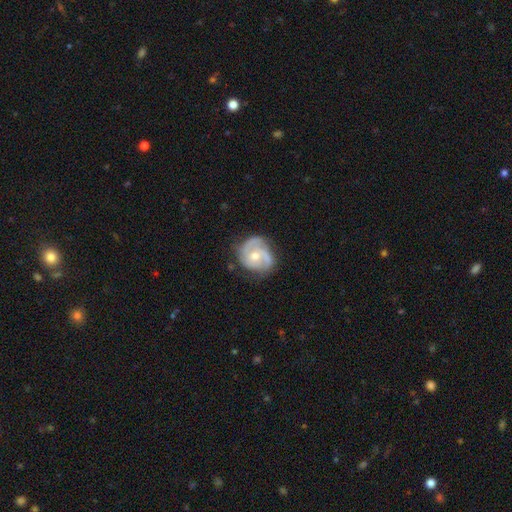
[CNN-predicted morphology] featured or disk 75%, smooth 19%, star or artifact 6%. Down the decision tree: edge-on disk — no (98%); bar — no (70%); spiral arms — yes (92%); spiral arm count — 2 (44%); spiral winding — tight (43%); bulge size — moderate (60%); merging — none (61%).